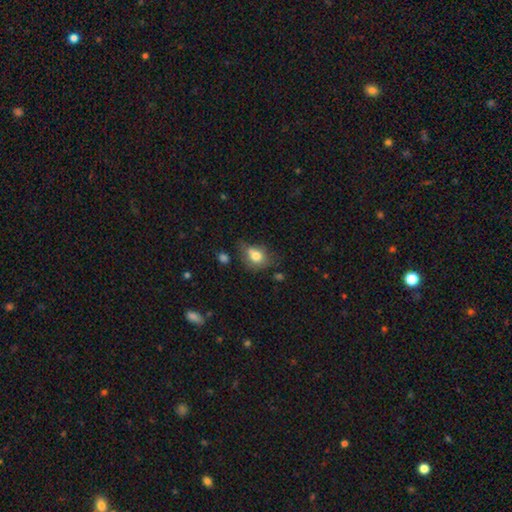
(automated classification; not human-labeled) This appears to be a smooth galaxy with no disk features (77%) that is in between round and cigar-shaped (54%). Merging: none (46%).